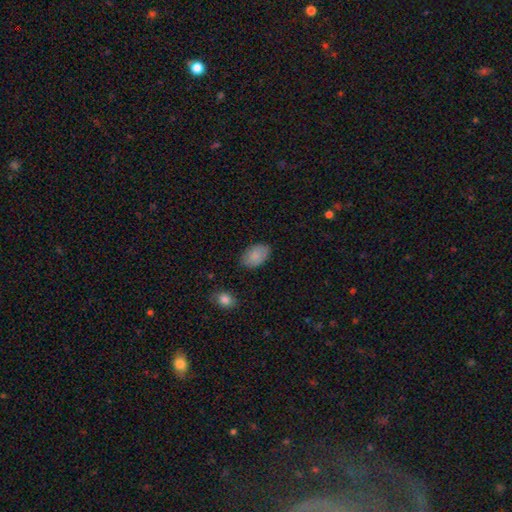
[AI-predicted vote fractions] Smooth or featured: smooth — 85% (featured or disk — 8%)
How rounded: in between — 89% (round — 9%)
Merging: none — 83% (minor disturbance — 13%)